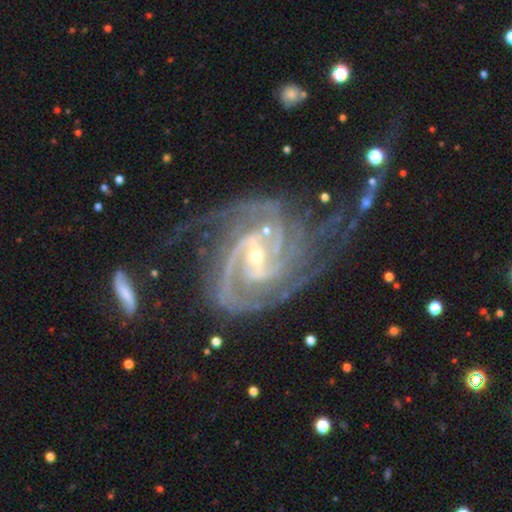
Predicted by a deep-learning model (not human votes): Smooth or featured: featured or disk — 93% (star or artifact — 5%)
Edge-on disk: no — 98% (yes — 2%)
Bar: weak — 40% (strong — 39%)
Spiral arms: yes — 99% (no — 1%)
Spiral winding: tight — 47% (medium — 43%)
Spiral arm count: 2 — 37% (3 — 22%)
Bulge size: small — 74% (moderate — 22%)
Merging: none — 55% (major disturbance — 21%)